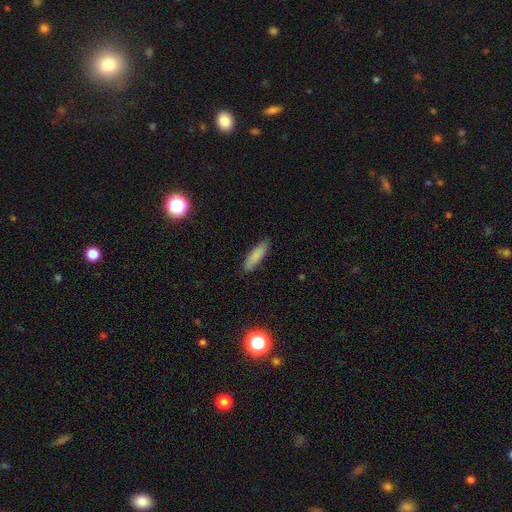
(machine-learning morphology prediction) The model was most divided on "how rounded": cigar-shaped: 62%, in between: 36%, round: 1%. More confident: merging — none (86%); smooth or featured — smooth (83%).